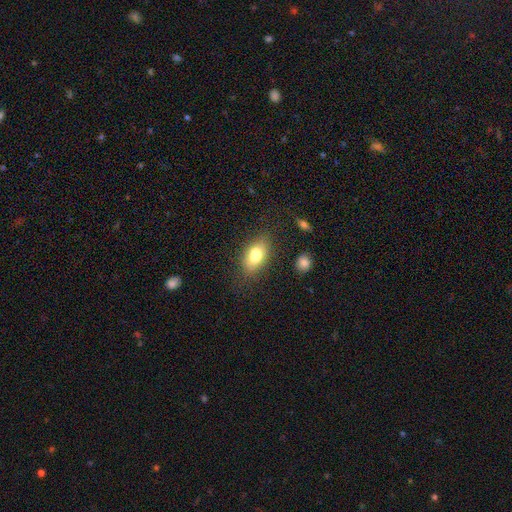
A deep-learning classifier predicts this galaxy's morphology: smooth 73%, featured or disk 17%, star or artifact 9%. Down the decision tree: how rounded — in between (86%); merging — none (65%).